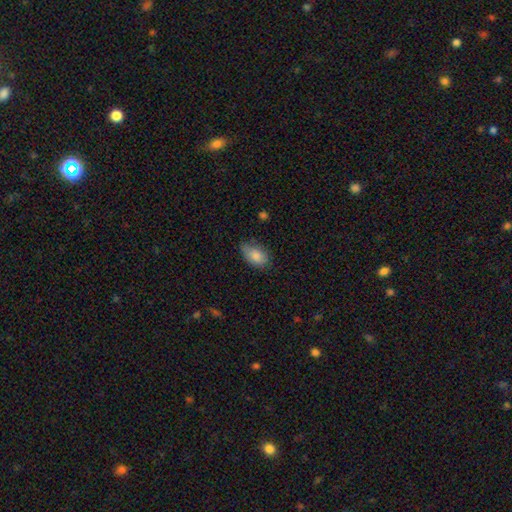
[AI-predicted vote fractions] A smooth galaxy with no disk features (83%) that is in between round and cigar-shaped (90%).

Vote fractions:
- Smooth or featured? smooth: 83% / featured or disk: 9% / star or artifact: 7%
- How rounded? in between: 90% / round: 9% / cigar-shaped: 2%
- Merging? none: 61% / minor disturbance: 31% / major disturbance: 6% / merger: 2%